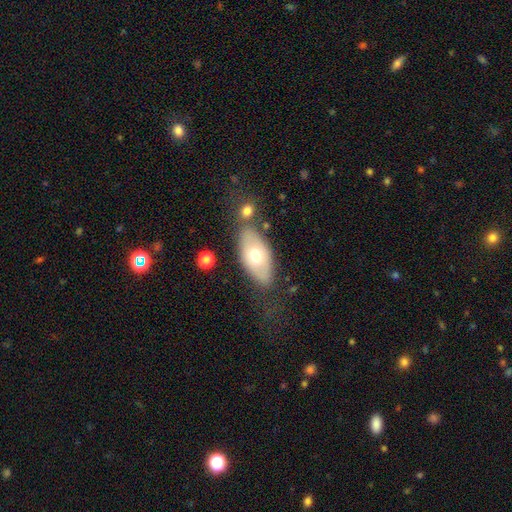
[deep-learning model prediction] This is possibly a smooth galaxy (58%). How rounded: clearly in between (90%). Merging: likely none (68%).